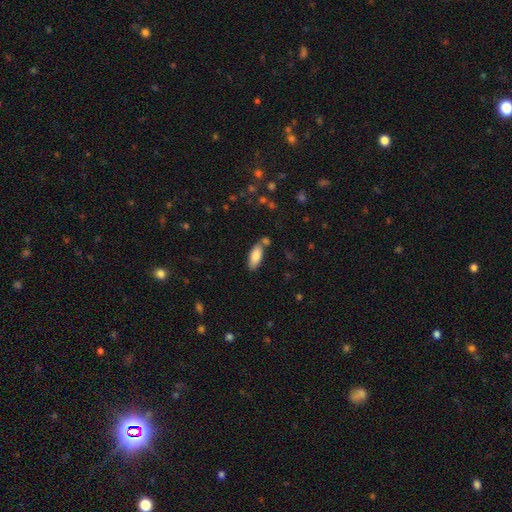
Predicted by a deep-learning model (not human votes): The model was most divided on "merging": none: 72%, minor disturbance: 15%, merger: 10%, major disturbance: 3%. More confident: smooth or featured — smooth (85%); how rounded — in between (83%).